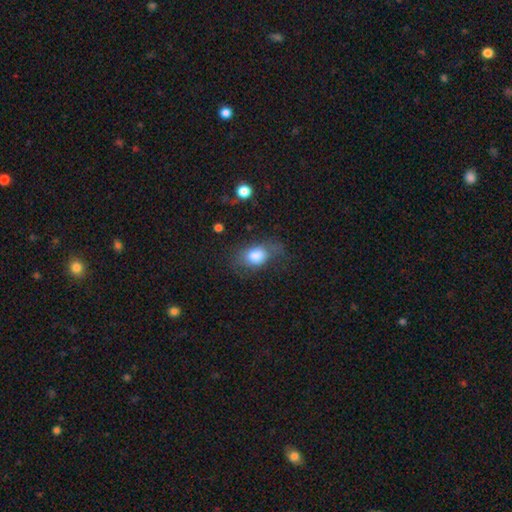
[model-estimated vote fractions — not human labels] A smooth galaxy with no disk features (78%) that is in between round and cigar-shaped (77%). Merging: none (47%).